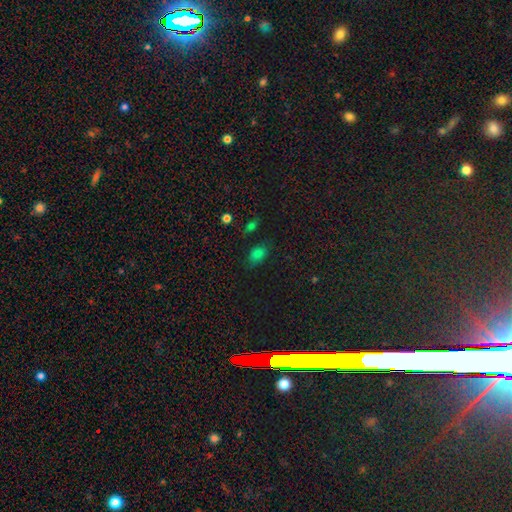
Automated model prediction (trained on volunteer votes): smooth-or-featured: smooth: 75% | star or artifact: 20% | featured or disk: 6%
  how-rounded: in between: 84% | round: 14% | cigar-shaped: 2%
  merging: none: 71% | minor disturbance: 20% | major disturbance: 5% | merger: 3%